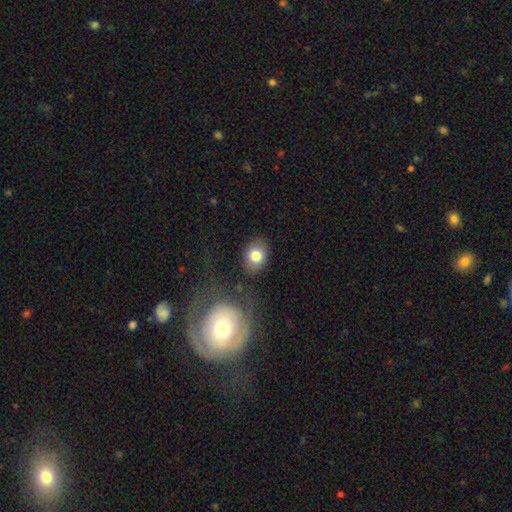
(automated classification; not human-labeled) This is clearly a smooth galaxy (80%). How rounded: possibly in between (51%). Merging: clearly none (82%).